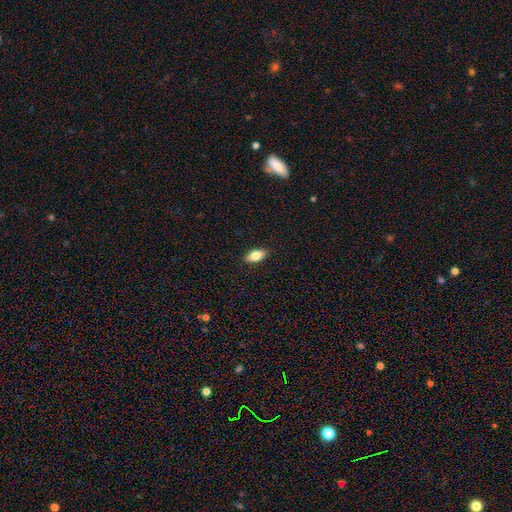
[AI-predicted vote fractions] Smooth or featured?
  - smooth: 80% *
  - featured or disk: 13%
  - star or artifact: 7%
How rounded?
  - in between: 90% *
  - cigar-shaped: 6%
  - round: 4%
Merging?
  - none: 89% *
  - minor disturbance: 8%
  - major disturbance: 2%
  - merger: 1%